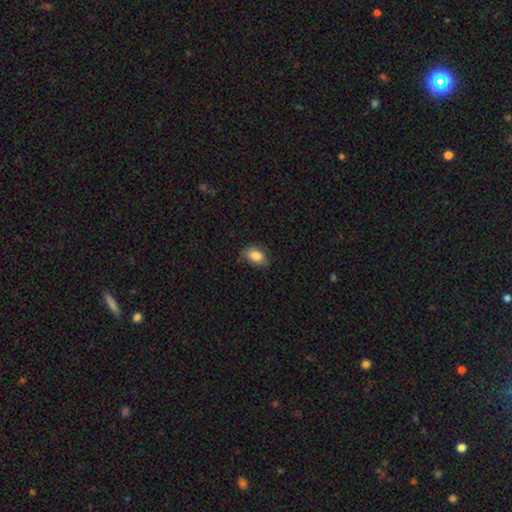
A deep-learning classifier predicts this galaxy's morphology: This appears to be a smooth galaxy with no disk features (85%) that is in between round and cigar-shaped (84%). Merging: none (75%).